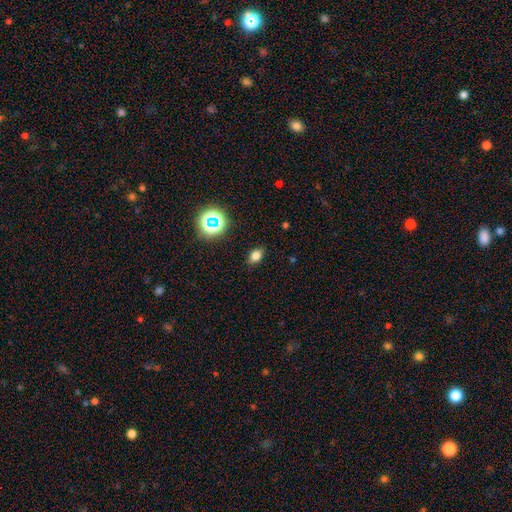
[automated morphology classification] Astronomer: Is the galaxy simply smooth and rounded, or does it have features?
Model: smooth — 75%.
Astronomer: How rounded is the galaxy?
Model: in between — 77%.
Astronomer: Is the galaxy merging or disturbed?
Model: none — 86%.